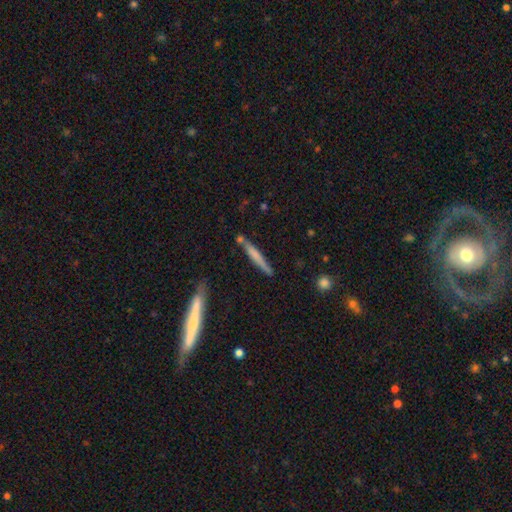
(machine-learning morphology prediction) Smooth or featured: smooth — 56% (featured or disk — 38%)
How rounded: cigar-shaped — 95% (in between — 4%)
Merging: none — 78% (minor disturbance — 13%)